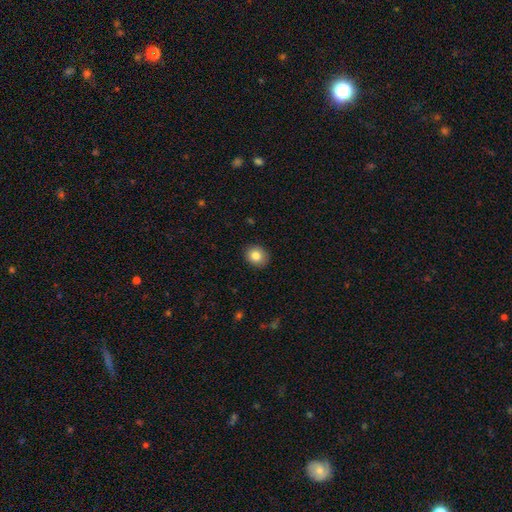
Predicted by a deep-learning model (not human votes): Overall: smooth (83%). How rounded: round (69%; in between 30%). Merging: none (89%).